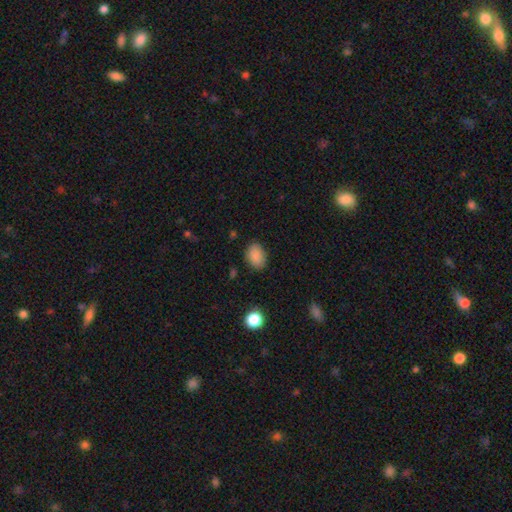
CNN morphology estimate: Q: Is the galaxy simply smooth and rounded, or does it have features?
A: smooth — 87%.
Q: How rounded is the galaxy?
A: in between — 78%.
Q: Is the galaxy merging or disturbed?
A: none — 84%.